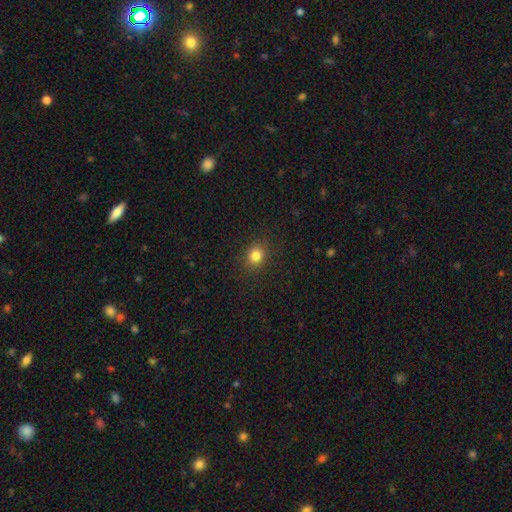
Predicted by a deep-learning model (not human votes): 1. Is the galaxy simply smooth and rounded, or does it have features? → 82% smooth, 13% star or artifact, 5% featured or disk.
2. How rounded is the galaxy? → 68% round, 31% in between, 1% cigar-shaped.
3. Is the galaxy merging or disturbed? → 89% none, 8% minor disturbance, 3% major disturbance, 1% merger.